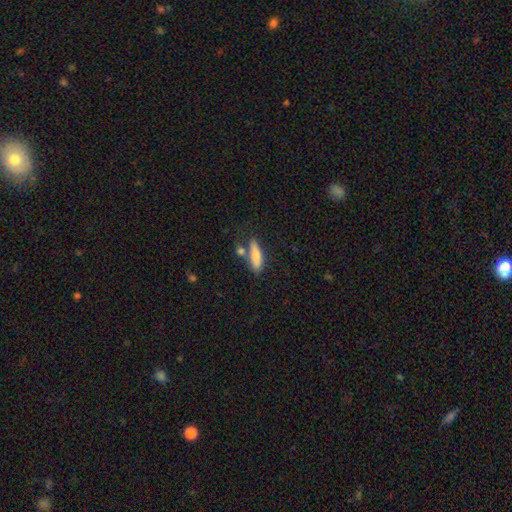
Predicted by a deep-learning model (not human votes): smooth_or_featured: smooth (p=0.77) [alt: featured or disk p=0.17]
how_rounded: cigar-shaped (p=0.63) [alt: in between p=0.35]
merging: none (p=0.66) [alt: merger p=0.16]